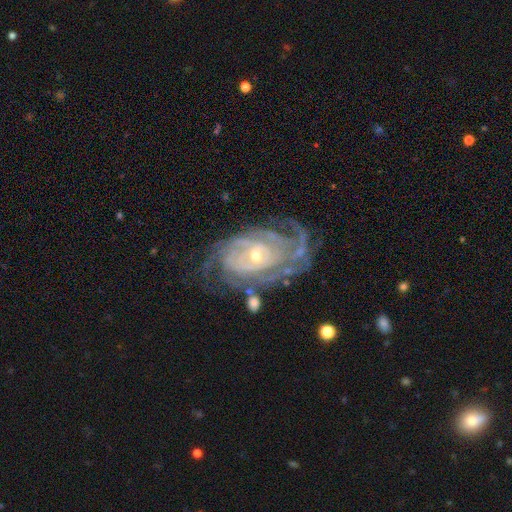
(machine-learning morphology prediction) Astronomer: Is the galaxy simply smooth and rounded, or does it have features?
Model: featured or disk — 90%.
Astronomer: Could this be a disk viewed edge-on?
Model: no — 96%.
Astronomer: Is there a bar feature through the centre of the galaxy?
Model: no — 65%.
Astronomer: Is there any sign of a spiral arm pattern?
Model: yes — 97%.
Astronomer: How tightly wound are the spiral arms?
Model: tight — 74%.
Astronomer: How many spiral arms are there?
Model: can't tell — 29% (runner-up: 4, 19%).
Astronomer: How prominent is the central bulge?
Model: small — 68%.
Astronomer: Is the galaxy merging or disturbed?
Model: none — 62%.